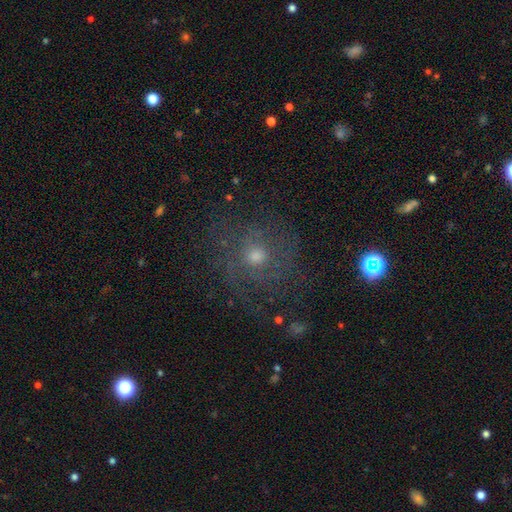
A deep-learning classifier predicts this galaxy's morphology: featured or disk 45%, smooth 34%, star or artifact 21%. Down the decision tree: merging — none (71%).